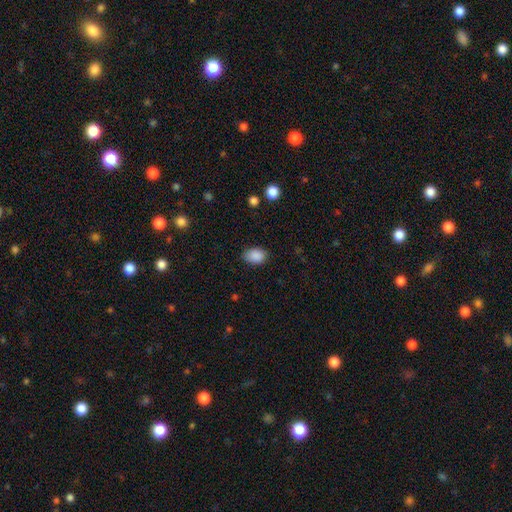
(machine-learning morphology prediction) type=smooth (88%); roundness=in between (81%); merging=none (79%).